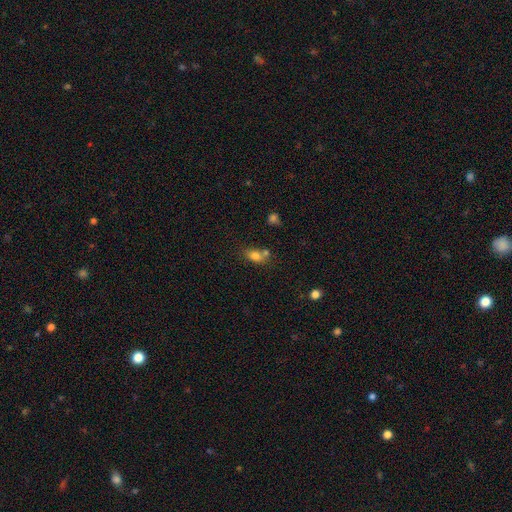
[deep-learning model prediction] A smooth galaxy with no disk features (78%) that is in between round and cigar-shaped (73%).

Vote fractions:
- Smooth or featured? smooth: 78% / star or artifact: 12% / featured or disk: 11%
- How rounded? in between: 73% / round: 24% / cigar-shaped: 3%
- Merging? none: 45% / merger: 34% / minor disturbance: 15% / major disturbance: 6%